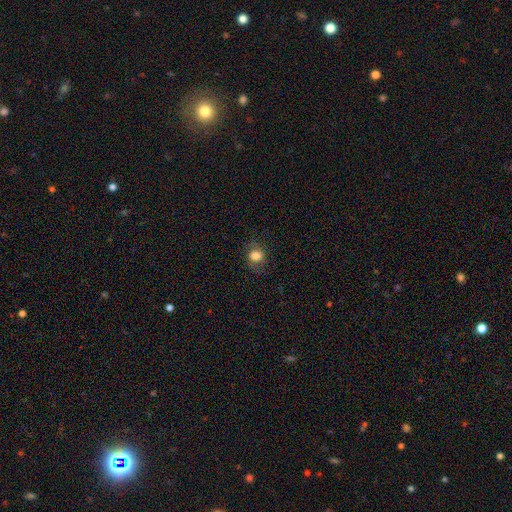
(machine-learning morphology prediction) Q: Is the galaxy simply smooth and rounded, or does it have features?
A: smooth — 76%.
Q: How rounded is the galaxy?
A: round — 58%.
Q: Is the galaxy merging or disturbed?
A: none — 72%.